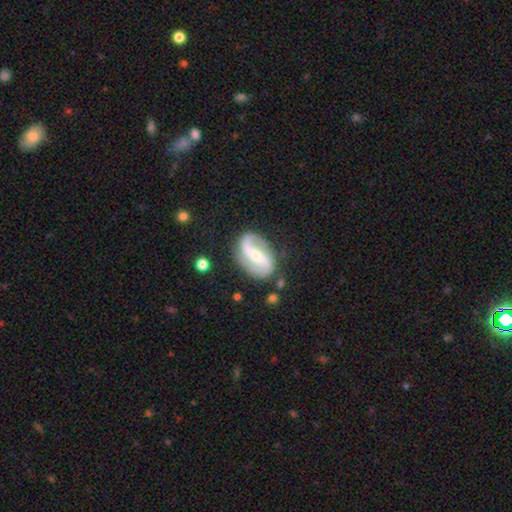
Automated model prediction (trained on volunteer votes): The model was most divided on "spiral winding": loose: 48%, medium: 38%, tight: 14%. More confident: edge-on disk — no (97%); spiral arms — yes (95%); spiral arm count — 2 (92%); smooth or featured — featured or disk (86%); merging — none (79%); bulge size — small (54%); bar — strong (51%).